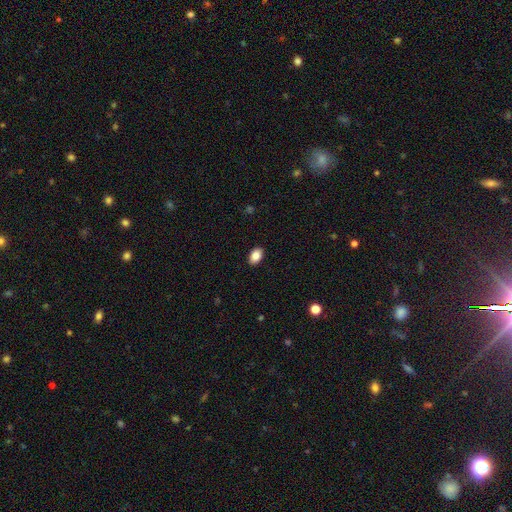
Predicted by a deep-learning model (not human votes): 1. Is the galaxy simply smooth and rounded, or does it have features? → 87% smooth, 8% star or artifact, 6% featured or disk.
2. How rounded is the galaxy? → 89% in between, 9% round, 1% cigar-shaped.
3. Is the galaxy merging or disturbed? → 90% none, 7% minor disturbance, 2% major disturbance, 1% merger.